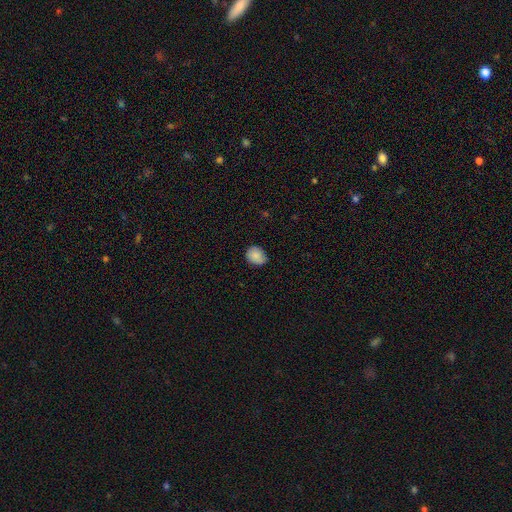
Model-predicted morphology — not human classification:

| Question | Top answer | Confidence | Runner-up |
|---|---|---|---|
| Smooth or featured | smooth | 86% | star or artifact (8%) |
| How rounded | round | 55% | in between (44%) |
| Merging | none | 73% | minor disturbance (23%) |